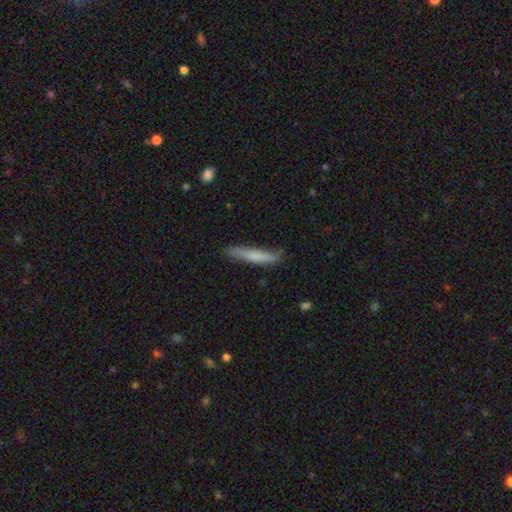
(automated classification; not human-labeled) Q: Smooth or featured?
A: smooth (72%); runner-up: featured or disk (22%)
Q: How rounded?
A: cigar-shaped (93%); runner-up: in between (6%)
Q: Merging?
A: none (76%); runner-up: minor disturbance (19%)